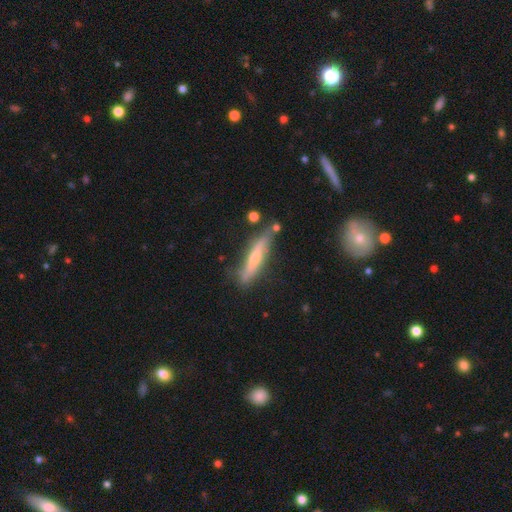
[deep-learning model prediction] A featured or disk galaxy (58%) viewed edge-on (85%). Merging: none (72%).